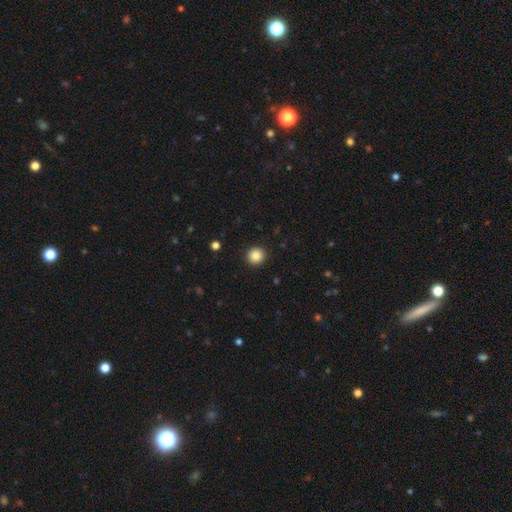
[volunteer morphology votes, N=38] Q: Smooth or featured?
A: smooth (95%); runner-up: featured or disk (3%)
Q: How rounded?
A: round (89%); runner-up: in between (11%)
Q: Merging?
A: none (100%)